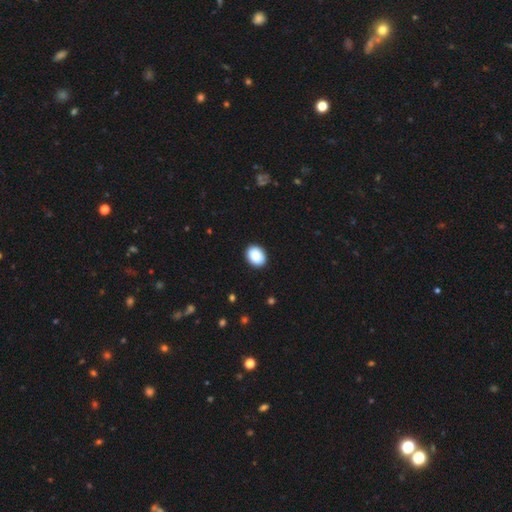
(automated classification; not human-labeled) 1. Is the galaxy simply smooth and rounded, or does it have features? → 87% smooth, 7% star or artifact, 6% featured or disk.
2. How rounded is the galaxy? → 66% in between, 33% round, 1% cigar-shaped.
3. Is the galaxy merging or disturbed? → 91% none, 6% minor disturbance, 2% major disturbance, 1% merger.